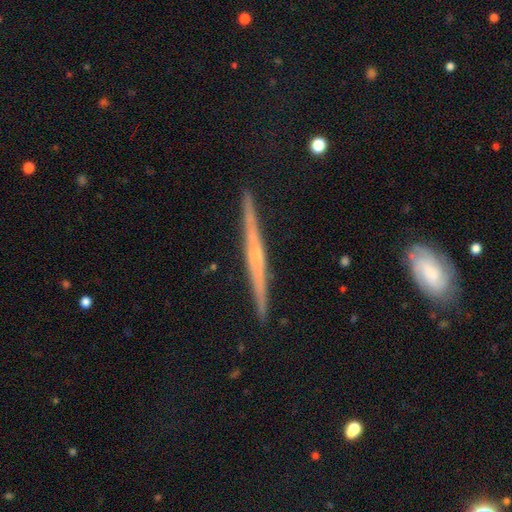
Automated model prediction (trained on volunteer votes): This is likely a featured or disk galaxy (74%). It is clearly viewed edge-on (98%). Edge-on bulge: possibly rounded (48%). Merging: clearly none (90%).